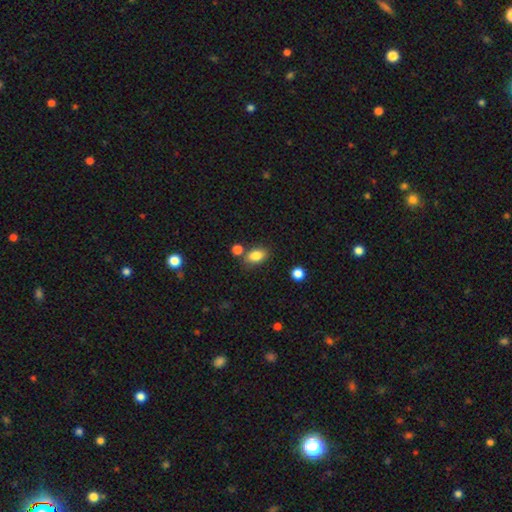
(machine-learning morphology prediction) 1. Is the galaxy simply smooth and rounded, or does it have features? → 84% smooth, 9% star or artifact, 7% featured or disk.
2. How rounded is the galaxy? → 82% in between, 16% round, 2% cigar-shaped.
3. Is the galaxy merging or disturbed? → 71% none, 13% minor disturbance, 12% merger, 4% major disturbance.